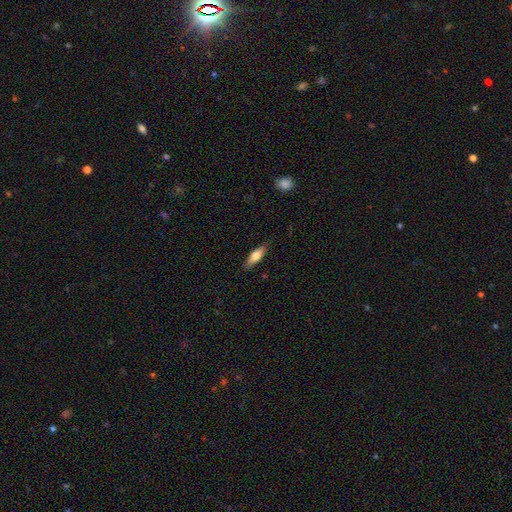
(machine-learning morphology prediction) Smooth or featured?
  - smooth: 66% *
  - featured or disk: 28%
  - star or artifact: 6%
How rounded?
  - in between: 50% *
  - cigar-shaped: 47%
  - round: 2%
Merging?
  - none: 86% *
  - minor disturbance: 11%
  - major disturbance: 2%
  - merger: 1%